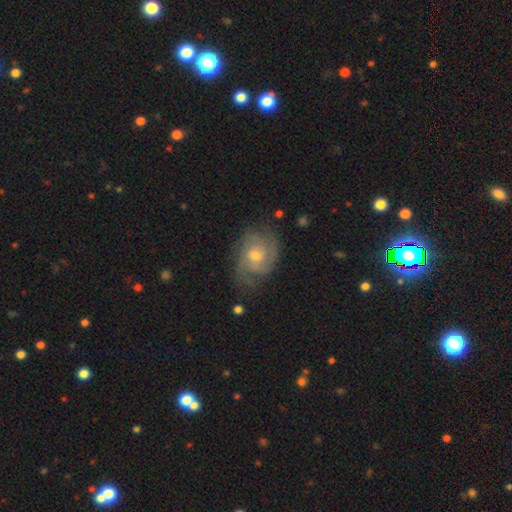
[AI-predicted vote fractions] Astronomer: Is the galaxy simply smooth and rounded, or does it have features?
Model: featured or disk — 79%.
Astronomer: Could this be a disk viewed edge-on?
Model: no — 97%.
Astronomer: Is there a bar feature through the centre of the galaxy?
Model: no — 68%.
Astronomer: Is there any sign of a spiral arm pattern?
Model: yes — 94%.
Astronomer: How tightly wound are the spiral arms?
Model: tight — 53% (runner-up: medium, 37%).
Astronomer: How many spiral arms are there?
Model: can't tell — 28%, tied with 2 at 28%.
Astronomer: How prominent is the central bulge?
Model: moderate — 59% (runner-up: small, 36%).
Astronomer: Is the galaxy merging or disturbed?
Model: none — 71%.